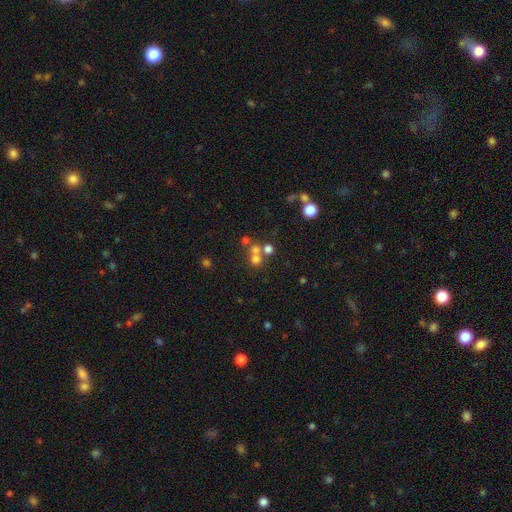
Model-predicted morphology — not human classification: Smooth or featured? Predicted: smooth (p=0.62). How rounded? Predicted: round (p=0.87). Merging? Predicted: none (p=0.47).